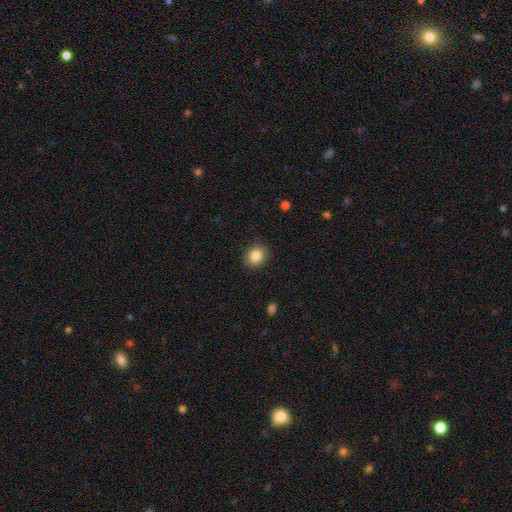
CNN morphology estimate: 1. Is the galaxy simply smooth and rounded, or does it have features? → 86% smooth, 9% star or artifact, 5% featured or disk.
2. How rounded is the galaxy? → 62% round, 37% in between, 1% cigar-shaped.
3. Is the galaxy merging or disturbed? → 89% none, 8% minor disturbance, 2% major disturbance, 1% merger.